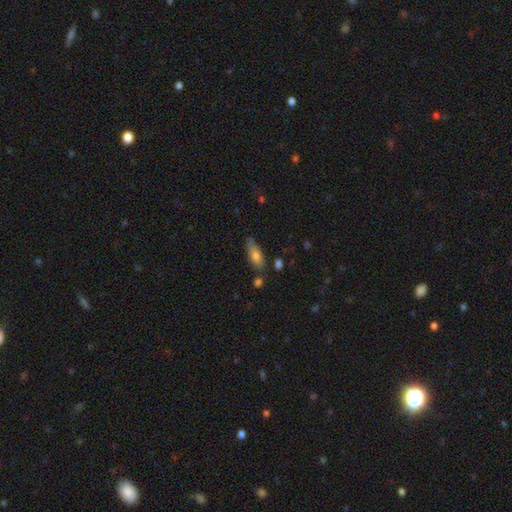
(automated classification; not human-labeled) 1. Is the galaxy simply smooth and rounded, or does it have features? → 75% smooth, 18% featured or disk, 7% star or artifact.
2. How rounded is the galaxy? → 65% in between, 32% cigar-shaped, 2% round.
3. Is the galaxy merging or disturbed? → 68% none, 22% minor disturbance, 6% merger, 4% major disturbance.